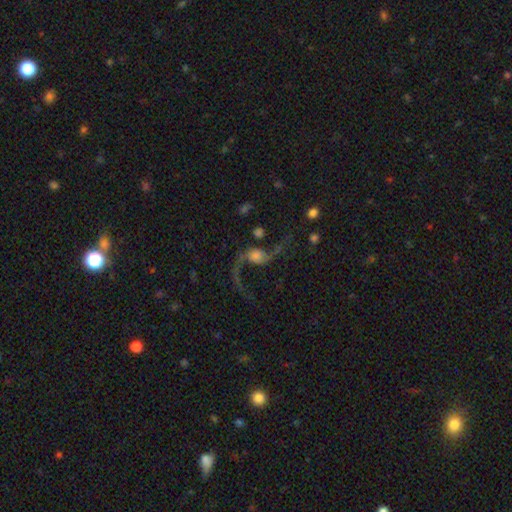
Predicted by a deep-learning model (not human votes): Q: Smooth or featured?
A: featured or disk (85%); runner-up: smooth (8%)
Q: Edge-on disk?
A: no (96%); runner-up: yes (4%)
Q: Bar?
A: no (59%); runner-up: weak (30%)
Q: Spiral arms?
A: yes (95%); runner-up: no (5%)
Q: Spiral winding?
A: loose (92%); runner-up: medium (6%)
Q: Spiral arm count?
A: 2 (92%); runner-up: 1 (4%)
Q: Bulge size?
A: moderate (29%); runner-up: small (24%)
Q: Merging?
A: none (60%); runner-up: major disturbance (20%)